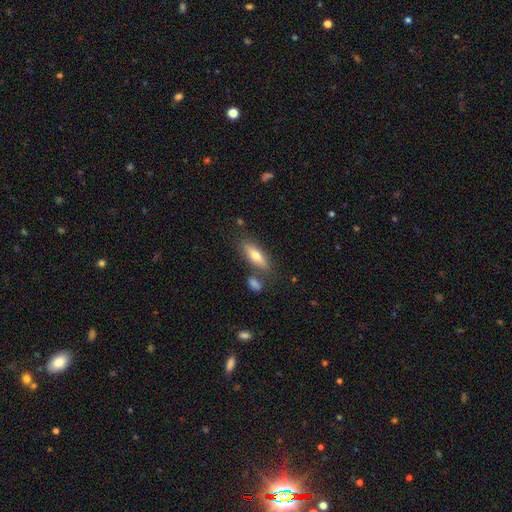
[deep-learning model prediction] smooth 63%, featured or disk 30%, star or artifact 7%. Down the decision tree: how rounded — in between (53%); merging — none (71%).